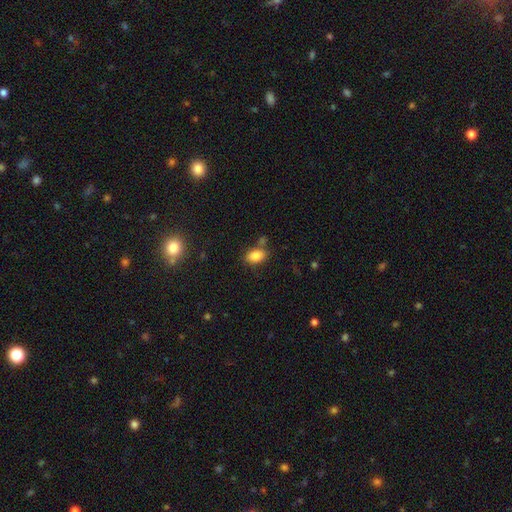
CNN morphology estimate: smooth 84%, star or artifact 10%, featured or disk 6%. Down the decision tree: how rounded — in between (83%); merging — none (67%).